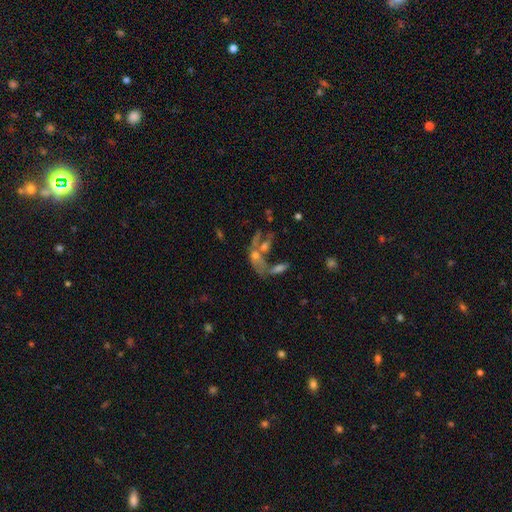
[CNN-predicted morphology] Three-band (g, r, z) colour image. It shows a featured or disk galaxy (50%). Merging: merger (48%).